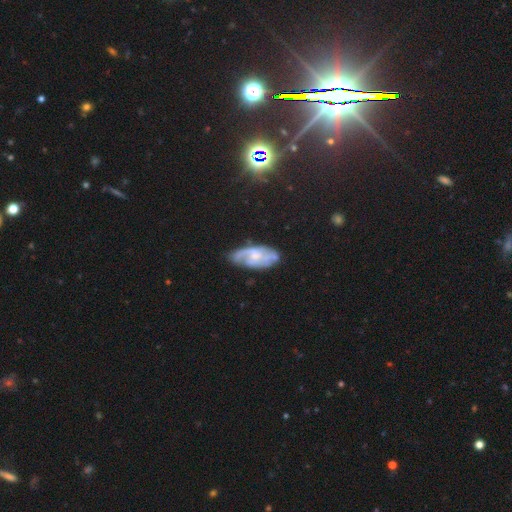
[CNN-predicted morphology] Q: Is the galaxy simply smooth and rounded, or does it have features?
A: featured or disk — 68%.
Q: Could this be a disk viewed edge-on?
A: no — 92%.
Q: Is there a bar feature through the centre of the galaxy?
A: no — 68%.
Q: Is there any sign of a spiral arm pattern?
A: yes — 78%.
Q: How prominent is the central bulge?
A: small — 47%.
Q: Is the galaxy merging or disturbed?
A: none — 62%.